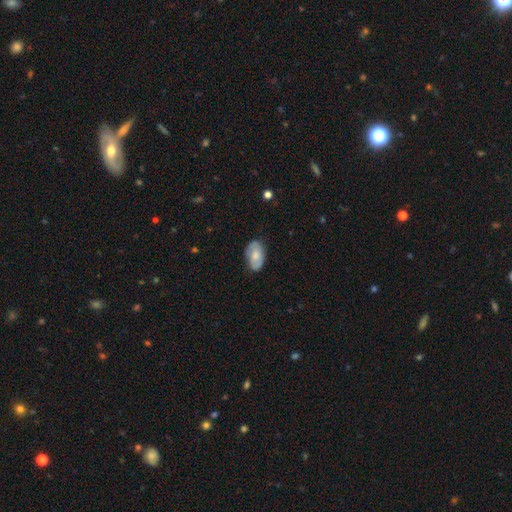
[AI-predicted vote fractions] Smooth or featured? Predicted: smooth (p=0.65). How rounded? Predicted: in between (p=0.93). Merging? Predicted: none (p=0.76).